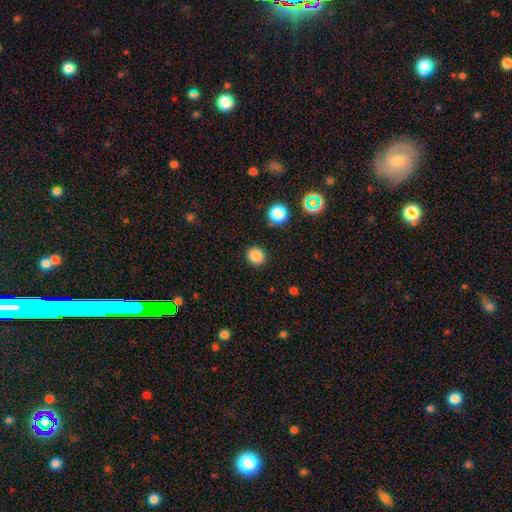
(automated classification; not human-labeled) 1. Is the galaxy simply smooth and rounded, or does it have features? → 84% smooth, 12% star or artifact, 4% featured or disk.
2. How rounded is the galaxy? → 89% round, 10% in between, 1% cigar-shaped.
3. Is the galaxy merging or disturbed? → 89% none, 7% minor disturbance, 2% major disturbance, 2% merger.